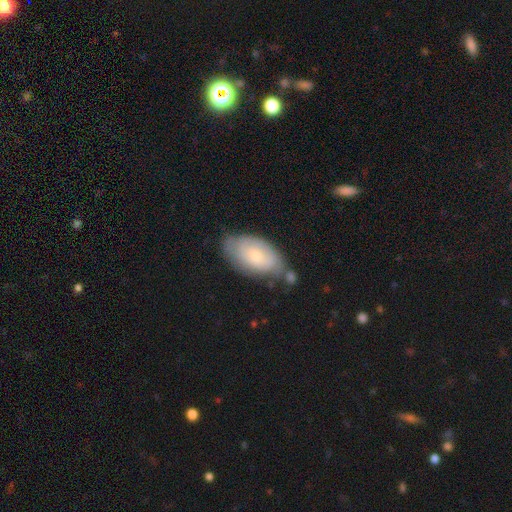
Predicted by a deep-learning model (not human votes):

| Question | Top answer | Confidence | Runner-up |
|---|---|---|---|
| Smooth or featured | smooth | 59% | featured or disk (34%) |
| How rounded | in between | 93% | round (4%) |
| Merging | none | 57% | minor disturbance (26%) |